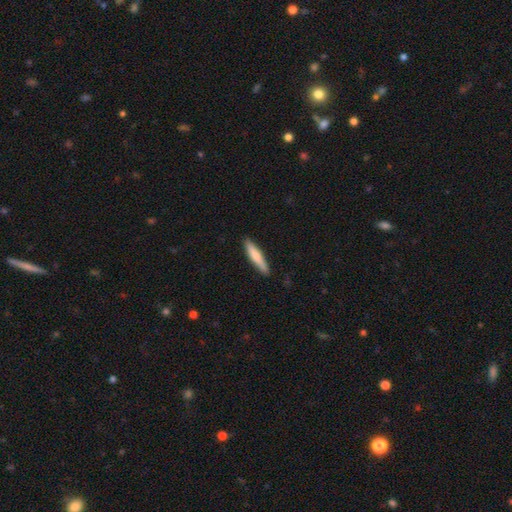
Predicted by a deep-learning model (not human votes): Q: Smooth or featured?
A: smooth (72%); runner-up: featured or disk (23%)
Q: How rounded?
A: cigar-shaped (88%); runner-up: in between (10%)
Q: Merging?
A: none (89%); runner-up: minor disturbance (8%)